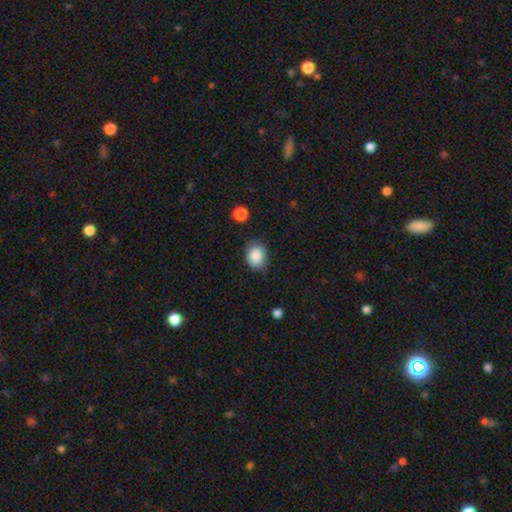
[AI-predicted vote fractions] Q: Smooth or featured?
A: smooth (87%); runner-up: star or artifact (8%)
Q: How rounded?
A: in between (51%); runner-up: round (48%)
Q: Merging?
A: none (76%); runner-up: minor disturbance (18%)